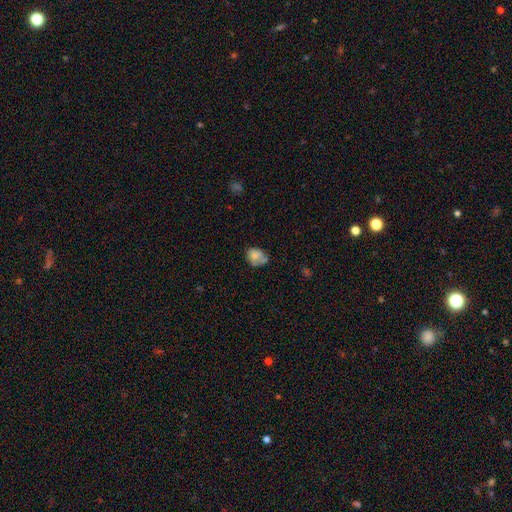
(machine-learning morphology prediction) Smooth or featured?
  - smooth: 71% *
  - featured or disk: 19%
  - star or artifact: 10%
How rounded?
  - in between: 54% *
  - round: 45%
  - cigar-shaped: 1%
Merging?
  - none: 42% *
  - minor disturbance: 32%
  - major disturbance: 15%
  - merger: 11%